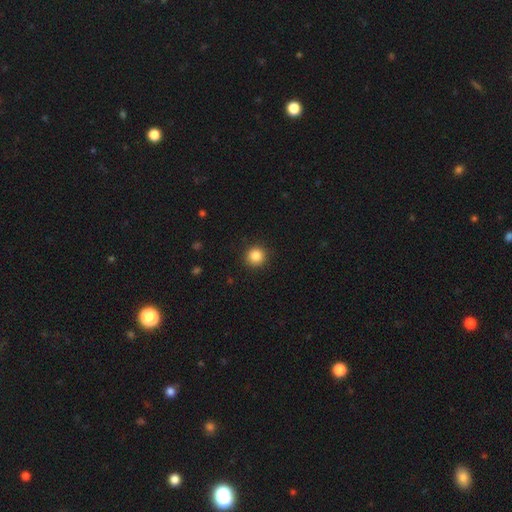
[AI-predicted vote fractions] Morphology: type=smooth (86%); roundness=round (95%); merging=none (92%).